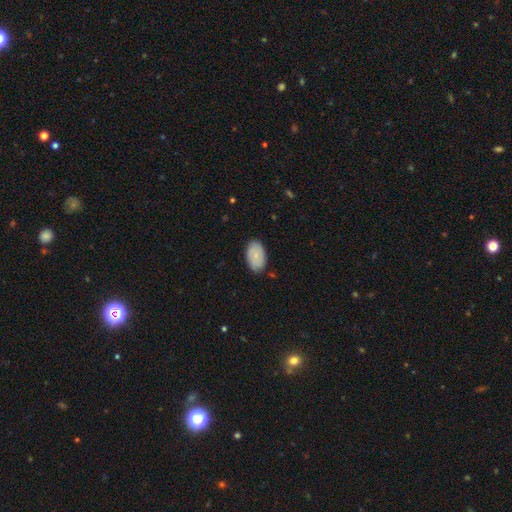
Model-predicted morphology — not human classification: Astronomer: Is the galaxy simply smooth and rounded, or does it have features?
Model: smooth — 77%.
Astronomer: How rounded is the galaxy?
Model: in between — 93%.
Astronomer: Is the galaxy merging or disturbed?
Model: none — 83%.